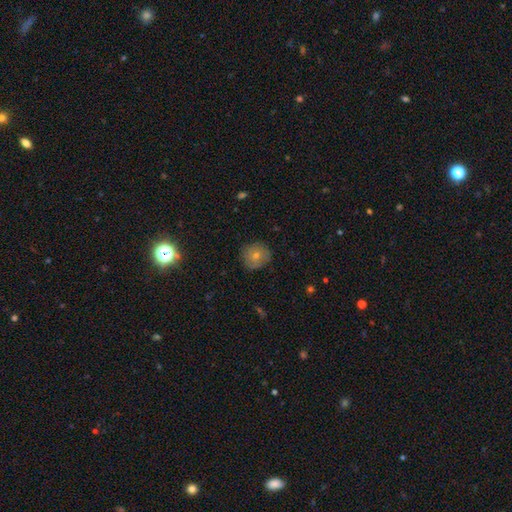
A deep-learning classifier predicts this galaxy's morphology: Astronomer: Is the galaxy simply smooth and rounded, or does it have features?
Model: smooth — 62%.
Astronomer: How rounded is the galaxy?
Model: round — 88%.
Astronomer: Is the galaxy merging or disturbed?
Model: none — 79%.